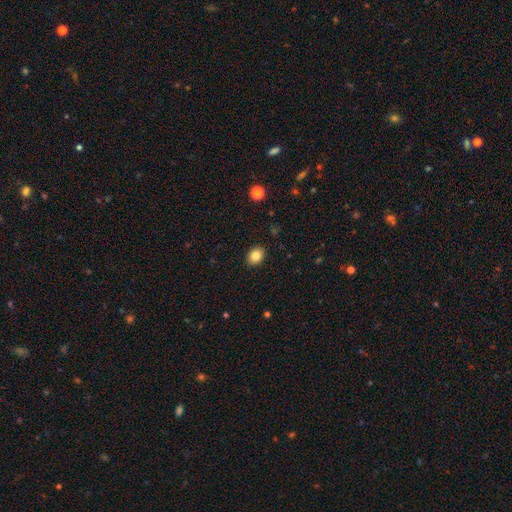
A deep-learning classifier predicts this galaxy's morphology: Smooth or featured? smooth (83%)
How rounded? in between (58%)
Merging? none (91%)